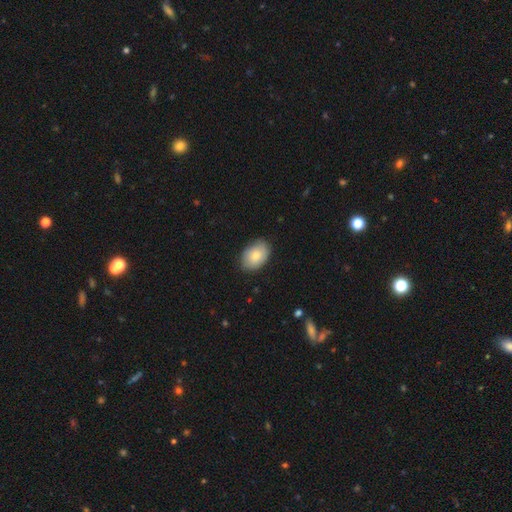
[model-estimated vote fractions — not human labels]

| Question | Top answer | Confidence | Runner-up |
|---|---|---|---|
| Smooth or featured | smooth | 79% | featured or disk (15%) |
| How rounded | in between | 83% | round (16%) |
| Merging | none | 82% | minor disturbance (14%) |